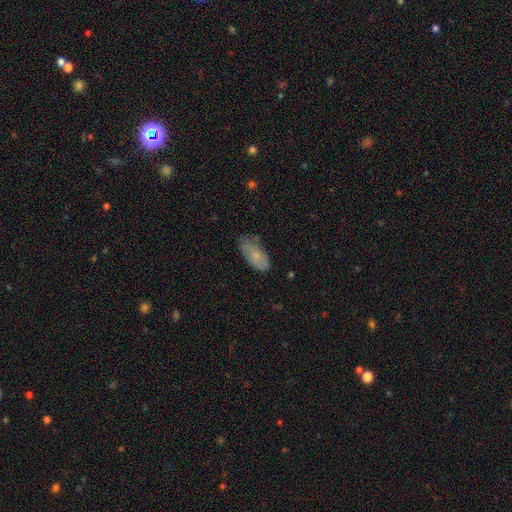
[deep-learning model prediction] Smooth or featured? smooth (73%)
How rounded? in between (89%)
Merging? none (62%)